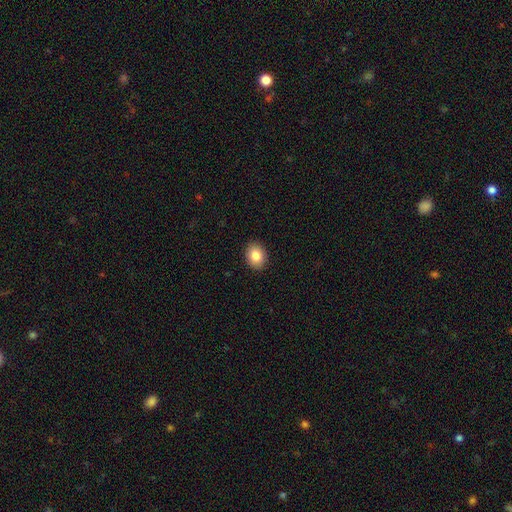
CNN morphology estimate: smooth_or_featured: smooth (p=0.85) [alt: star or artifact p=0.08]
how_rounded: in between (p=0.59) [alt: round p=0.40]
merging: none (p=0.91) [alt: minor disturbance p=0.07]